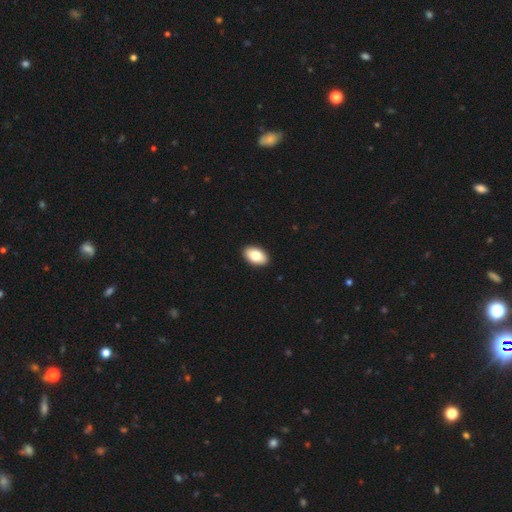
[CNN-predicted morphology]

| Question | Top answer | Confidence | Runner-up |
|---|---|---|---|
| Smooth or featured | smooth | 83% | featured or disk (11%) |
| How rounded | in between | 94% | round (5%) |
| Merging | none | 92% | minor disturbance (6%) |